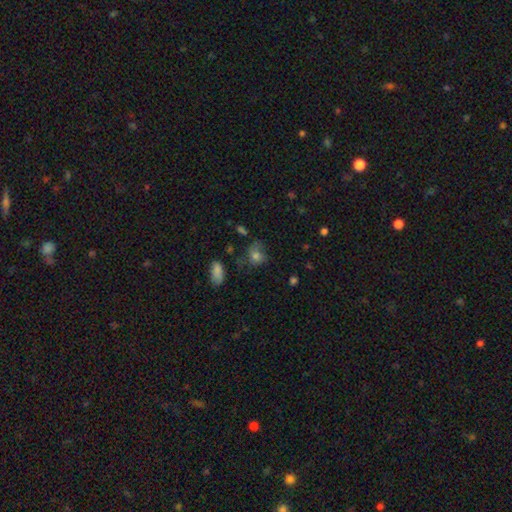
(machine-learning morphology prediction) smooth-or-featured: smooth: 71% | featured or disk: 16% | star or artifact: 13%
  how-rounded: in between: 50% | round: 48% | cigar-shaped: 2%
  merging: none: 44% | minor disturbance: 29% | major disturbance: 21% | merger: 5%